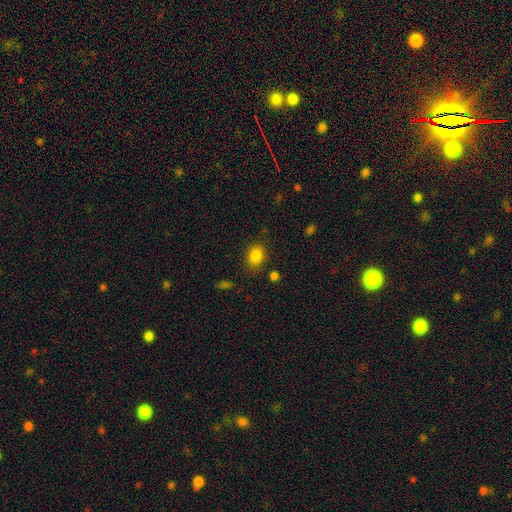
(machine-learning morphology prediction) Smooth or featured? smooth (84%)
How rounded? in between (61%)
Merging? none (82%)